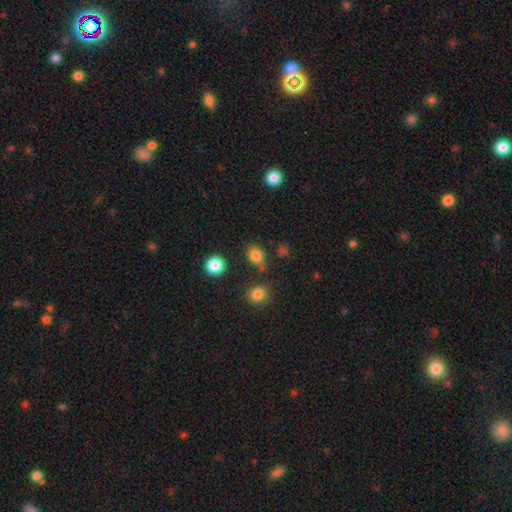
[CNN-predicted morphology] Overall: smooth (82%). How rounded: in between (58%; round 40%). Merging: none (74%).